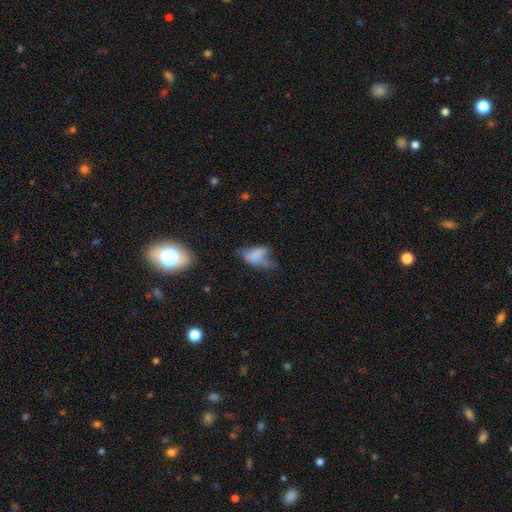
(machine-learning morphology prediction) This appears to be a smooth galaxy with no disk features (65%) that is in between round and cigar-shaped (89%). Merging: major disturbance (41%).